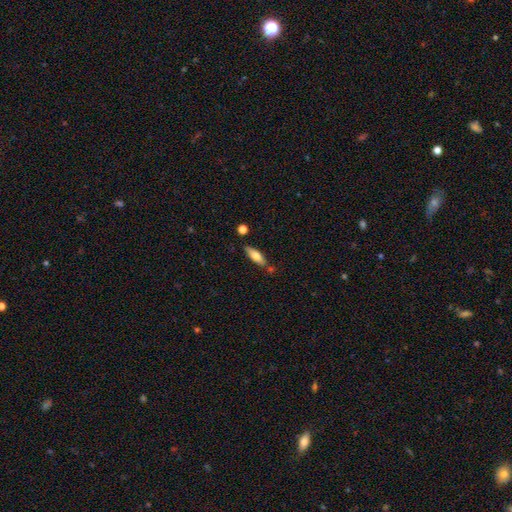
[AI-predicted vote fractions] Smooth or featured: smooth — 67% (featured or disk — 27%)
How rounded: in between — 51% (cigar-shaped — 47%)
Merging: none — 76% (minor disturbance — 14%)